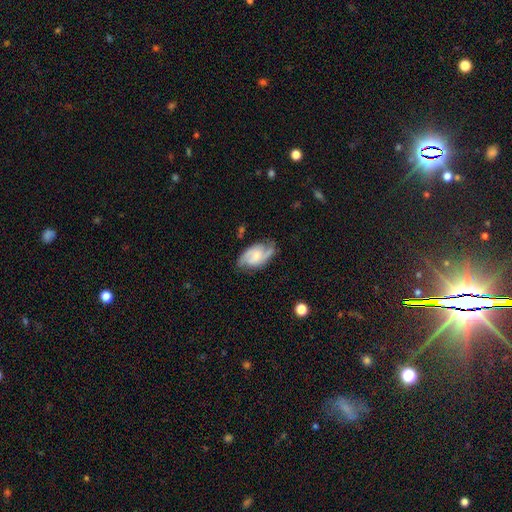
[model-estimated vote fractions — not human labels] Overall: featured or disk (76%). Edge-on disk: no (96%). Bar: no (46%; weak 42%). Spiral arms: yes (94%). Spiral arm count: 2 (86%). Spiral winding: medium (48%; loose 30%). Bulge size: small (52%; moderate 31%). Merging: none (70%).